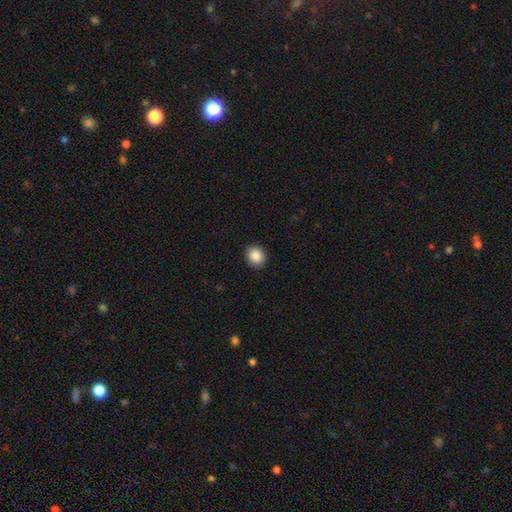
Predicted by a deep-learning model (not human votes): This is clearly a smooth galaxy (87%). How rounded: likely round (78%). Merging: clearly none (92%).